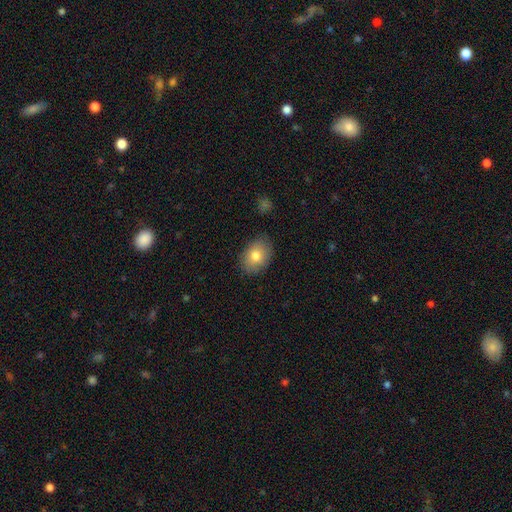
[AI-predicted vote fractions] smooth 79%, featured or disk 13%, star or artifact 8%. Down the decision tree: how rounded — in between (71%); merging — none (83%).